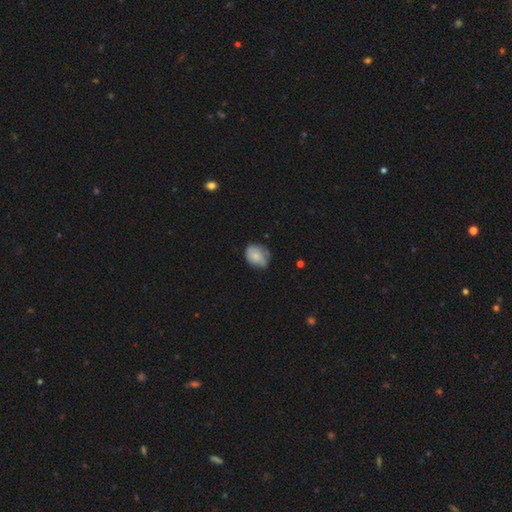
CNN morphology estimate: Smooth or featured: smooth — 71% (featured or disk — 22%)
How rounded: round — 50% (in between — 49%)
Merging: none — 48% (minor disturbance — 39%)